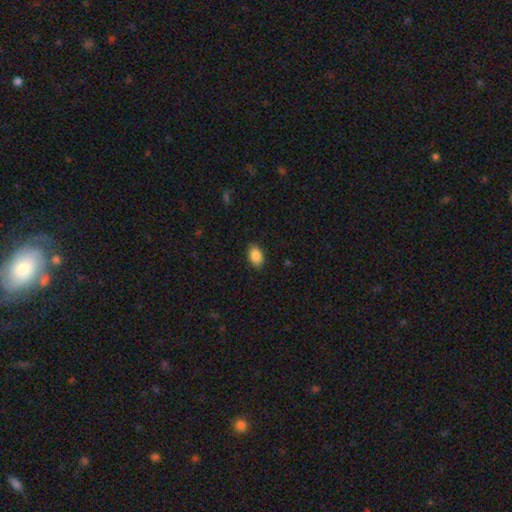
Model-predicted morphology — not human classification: Smooth or featured? smooth (89%)
How rounded? in between (90%)
Merging? none (88%)